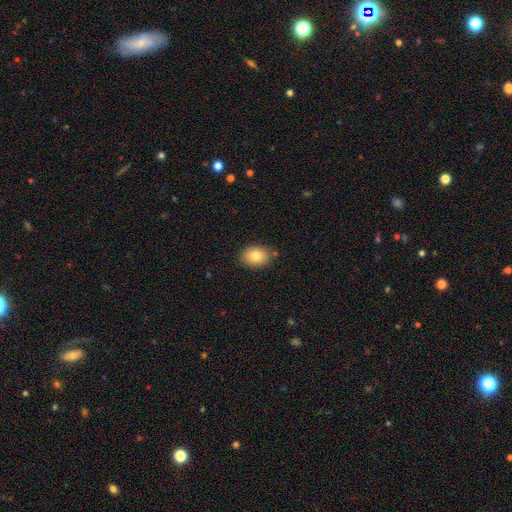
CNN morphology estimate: Overall: smooth (81%). How rounded: in between (70%). Merging: none (85%).